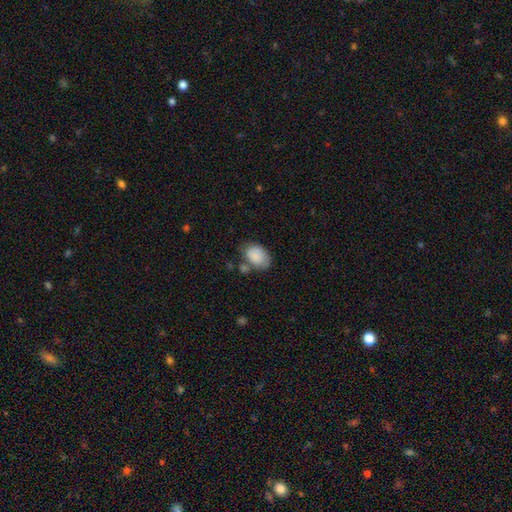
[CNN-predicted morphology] This is clearly a smooth galaxy (83%). How rounded: clearly in between (84%). Merging: possibly none (56%).